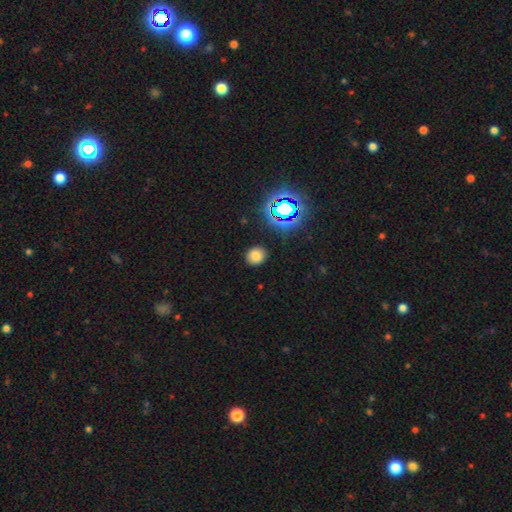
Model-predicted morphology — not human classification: A smooth galaxy with no disk features (74%) that is round (76%). Merging: none (88%).